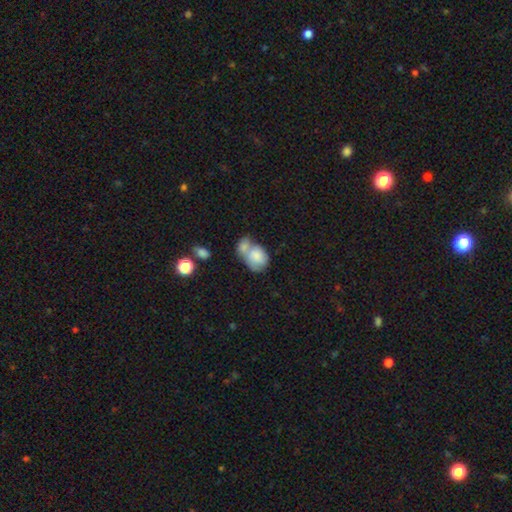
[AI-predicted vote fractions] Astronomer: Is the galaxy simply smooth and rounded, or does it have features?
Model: smooth — 77%.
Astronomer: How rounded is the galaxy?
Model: in between — 65%.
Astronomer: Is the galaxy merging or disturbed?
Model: merger — 63%.